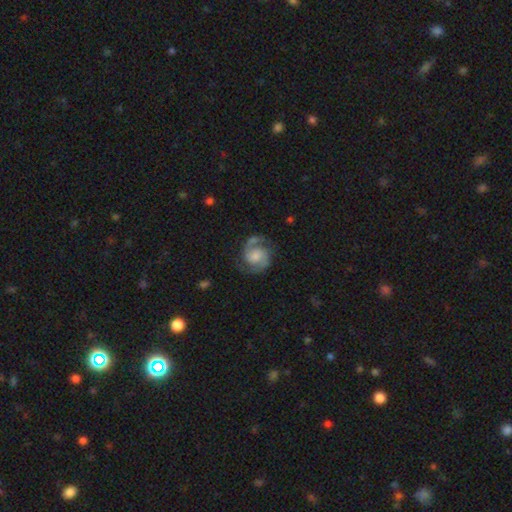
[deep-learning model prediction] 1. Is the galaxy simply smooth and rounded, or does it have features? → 86% featured or disk, 9% smooth, 5% star or artifact.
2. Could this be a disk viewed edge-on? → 98% no, 2% yes.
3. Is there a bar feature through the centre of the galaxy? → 59% no, 34% weak, 8% strong.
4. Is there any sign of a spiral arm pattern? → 97% yes, 3% no.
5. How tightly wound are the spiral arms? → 55% medium, 28% tight, 16% loose.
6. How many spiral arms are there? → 93% 2, 2% can't tell, 2% 1, 1% 3, 1% 4, 1% more than 4.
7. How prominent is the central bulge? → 31% moderate, 30% small, 22% none, 15% large, 3% dominant.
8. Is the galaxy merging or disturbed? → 74% none, 16% minor disturbance, 8% major disturbance, 3% merger.